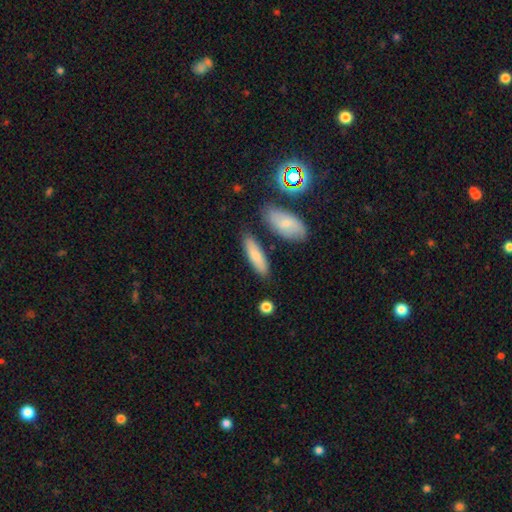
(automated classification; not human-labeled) Overall: smooth (78%). How rounded: cigar-shaped (54%; in between 43%). Merging: none (78%).